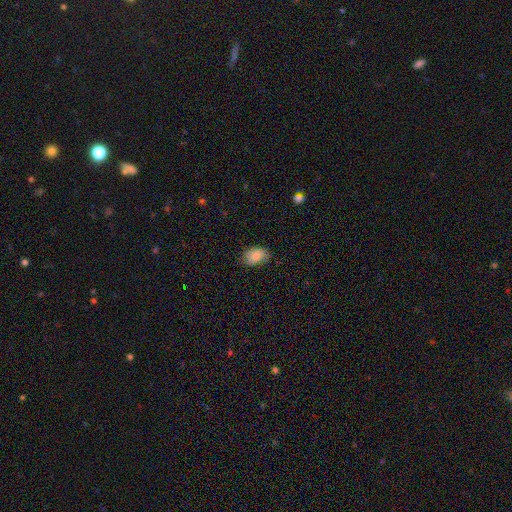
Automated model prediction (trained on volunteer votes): Smooth or featured? smooth (84%)
How rounded? in between (82%)
Merging? none (70%)